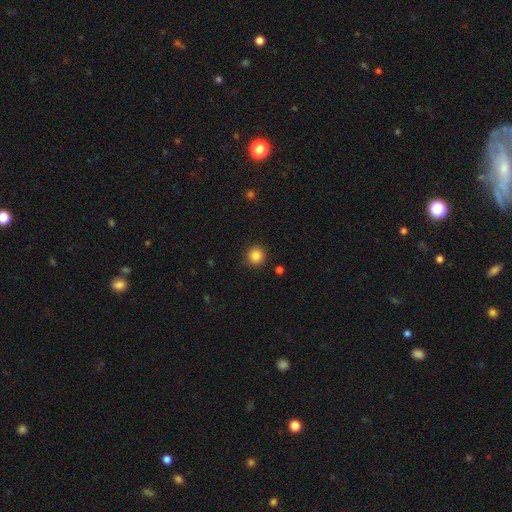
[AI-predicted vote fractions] A smooth galaxy with no disk features (86%) that is round (94%).

Vote fractions:
- Smooth or featured? smooth: 86% / star or artifact: 11% / featured or disk: 4%
- How rounded? round: 94% / in between: 5% / cigar-shaped: 1%
- Merging? none: 90% / minor disturbance: 6% / major disturbance: 2% / merger: 2%